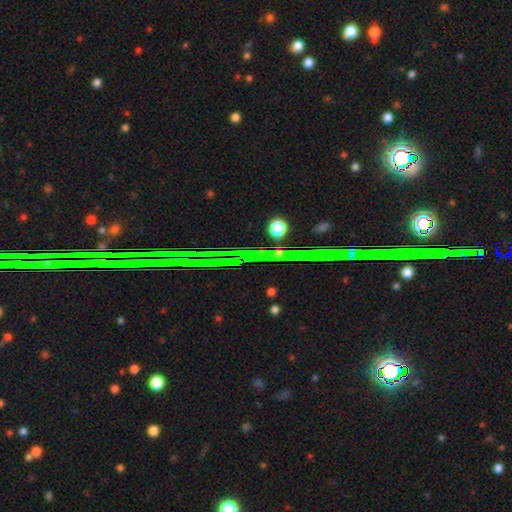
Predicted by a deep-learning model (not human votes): Smooth or featured? star or artifact (78%)